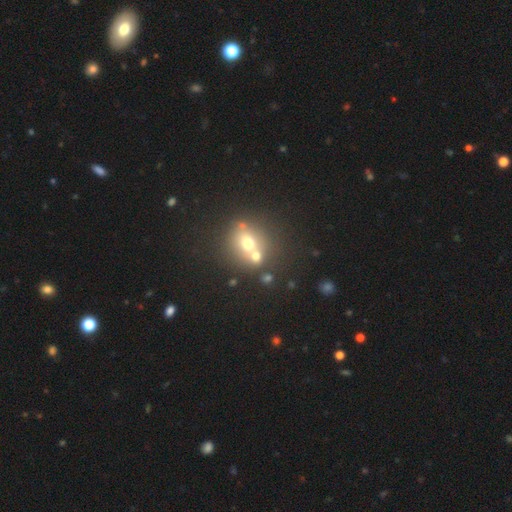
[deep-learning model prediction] Smooth or featured? smooth (61%)
How rounded? round (69%)
Merging? none (44%)